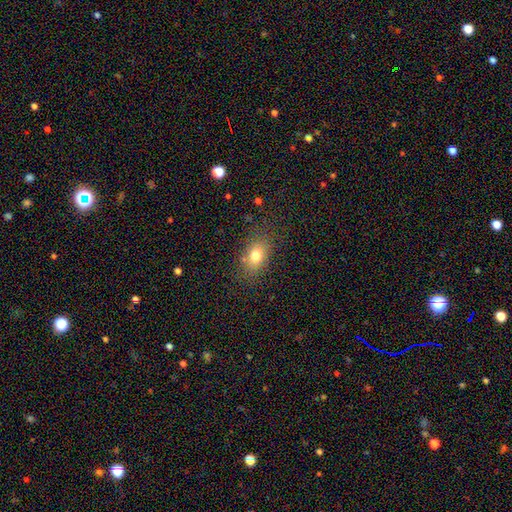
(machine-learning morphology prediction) Smooth or featured?
  - smooth: 76% *
  - star or artifact: 12%
  - featured or disk: 12%
How rounded?
  - in between: 76% *
  - round: 22%
  - cigar-shaped: 2%
Merging?
  - none: 78% *
  - minor disturbance: 14%
  - major disturbance: 5%
  - merger: 3%